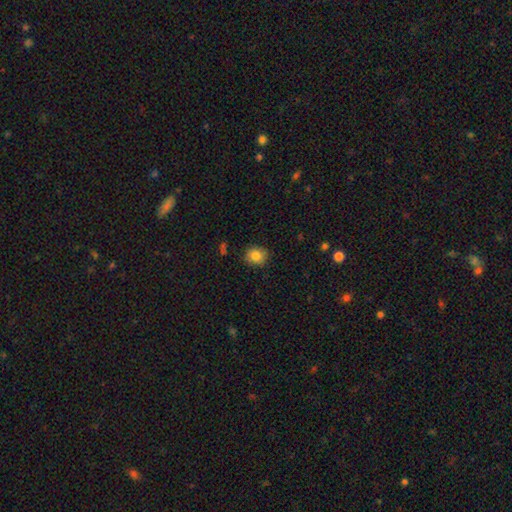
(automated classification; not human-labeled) Overall: smooth (83%). How rounded: round (74%). Merging: none (86%).